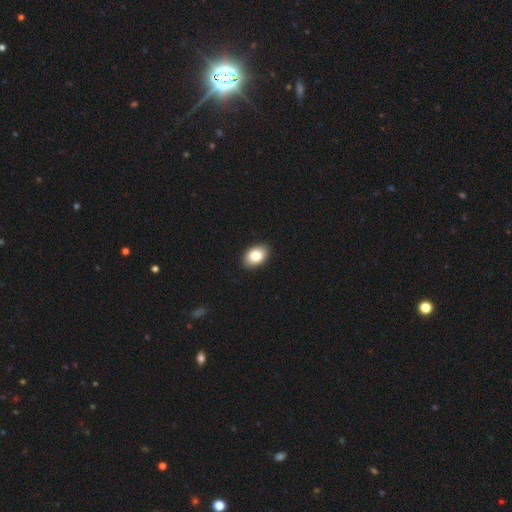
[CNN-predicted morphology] Smooth or featured? Predicted: smooth (p=0.84). How rounded? Predicted: in between (p=0.87). Merging? Predicted: none (p=0.90).